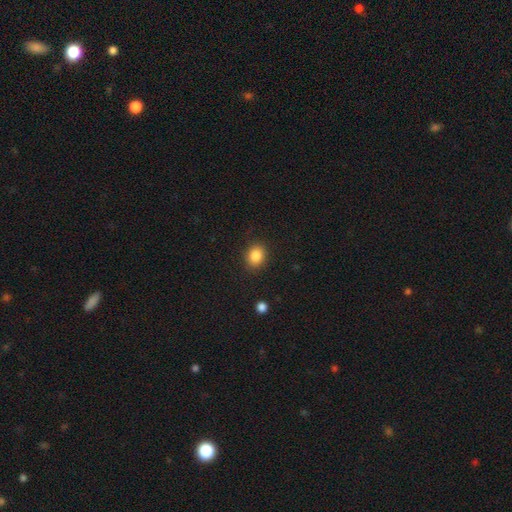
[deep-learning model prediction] smooth 85%, star or artifact 10%, featured or disk 5%. Down the decision tree: how rounded — round (59%); merging — none (88%).